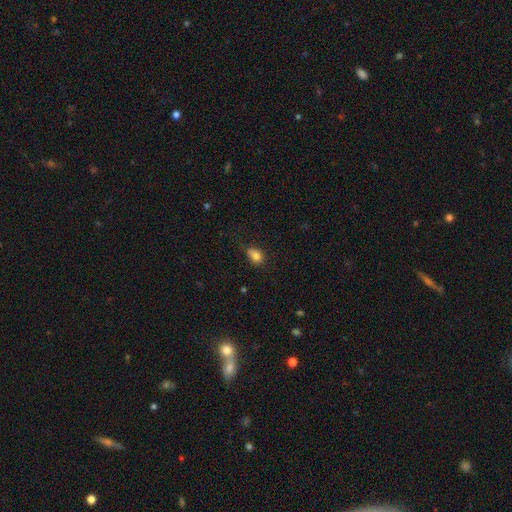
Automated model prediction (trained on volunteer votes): A smooth galaxy with no disk features (79%) that is in between round and cigar-shaped (53%). Merging: none (44%).